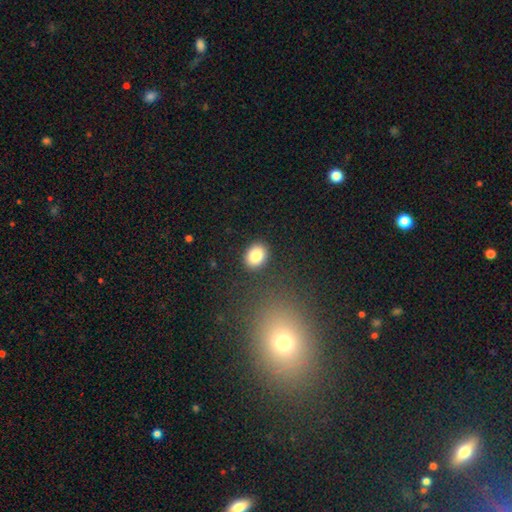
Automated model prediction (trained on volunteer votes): Smooth or featured? Predicted: smooth (p=0.84). How rounded? Predicted: in between (p=0.60). Merging? Predicted: none (p=0.88).